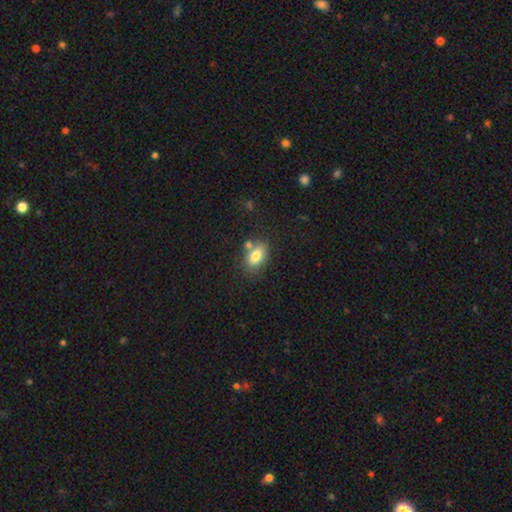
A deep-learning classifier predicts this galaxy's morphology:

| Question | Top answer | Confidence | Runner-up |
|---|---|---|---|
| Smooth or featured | smooth | 79% | featured or disk (12%) |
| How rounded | in between | 85% | round (12%) |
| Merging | none | 63% | merger (17%) |